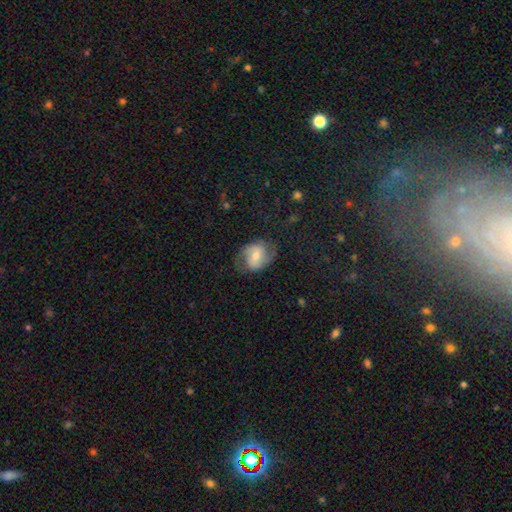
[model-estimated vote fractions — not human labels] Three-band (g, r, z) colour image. It shows a featured or disk galaxy (64%) with a weak bar (43%), 2 (86%) medium (46%) spiral arms (87%) and a moderate central bulge (53%). Merging: none (68%).